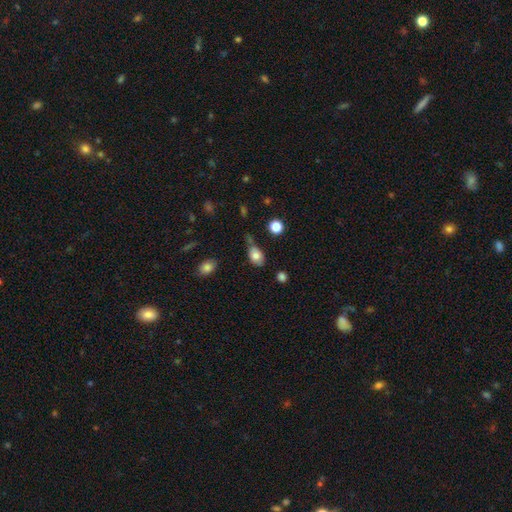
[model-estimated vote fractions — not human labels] smooth-or-featured: smooth: 79% | featured or disk: 12% | star or artifact: 9%
  how-rounded: in between: 83% | round: 15% | cigar-shaped: 2%
  merging: none: 49% | minor disturbance: 31% | major disturbance: 10% | merger: 9%